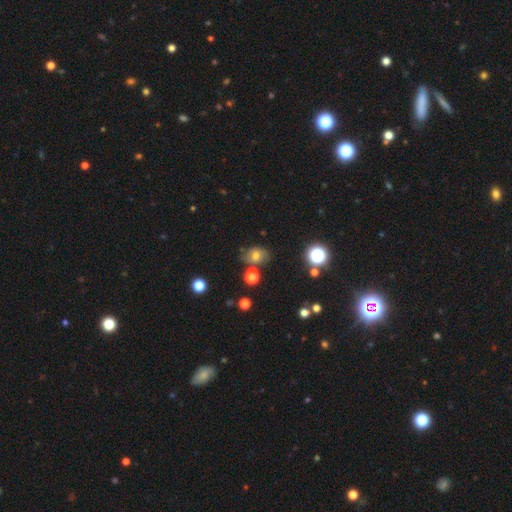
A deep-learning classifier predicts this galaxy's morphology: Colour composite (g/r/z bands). It shows a smooth galaxy with no disk features (60%) that is in between round and cigar-shaped (57%). Merging: none (66%).